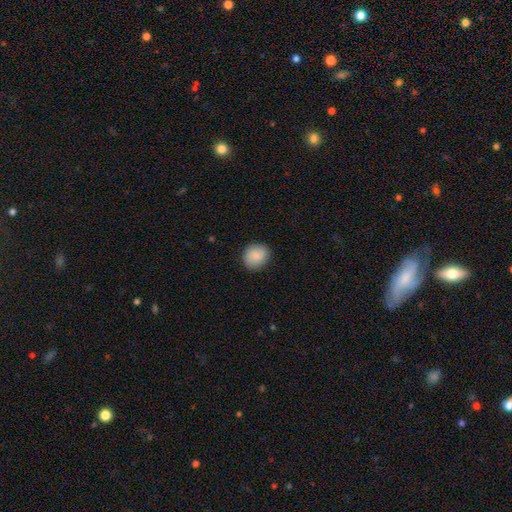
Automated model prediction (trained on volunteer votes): The model was most divided on "how rounded": round: 71%, in between: 28%, cigar-shaped: 1%. More confident: merging — none (86%); smooth or featured — smooth (86%).